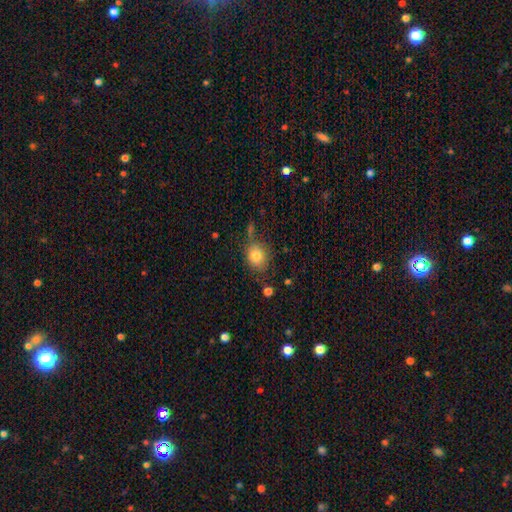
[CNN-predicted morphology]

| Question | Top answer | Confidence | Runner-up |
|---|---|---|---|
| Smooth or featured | smooth | 81% | star or artifact (10%) |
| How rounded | round | 69% | in between (30%) |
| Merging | none | 70% | minor disturbance (18%) |